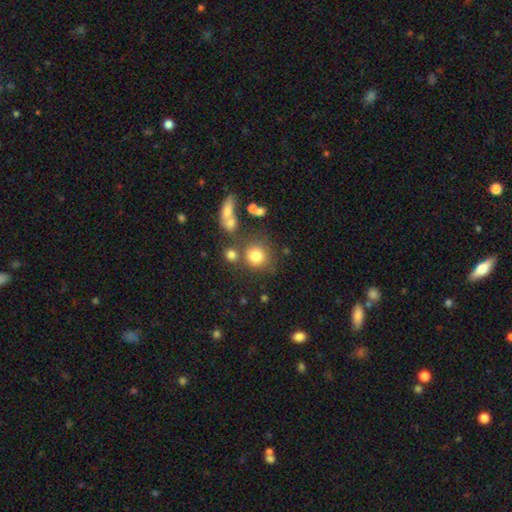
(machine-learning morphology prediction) smooth_or_featured: smooth (p=0.77) [alt: star or artifact p=0.13]
how_rounded: round (p=0.85) [alt: in between p=0.13]
merging: none (p=0.63) [alt: merger p=0.17]